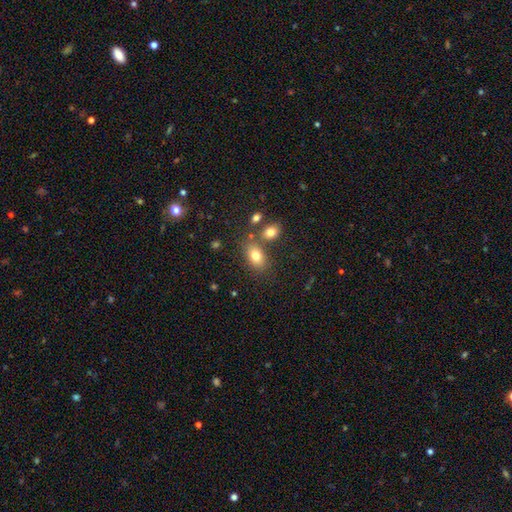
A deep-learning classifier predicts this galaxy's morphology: Smooth or featured? smooth (78%)
How rounded? in between (82%)
Merging? none (66%)